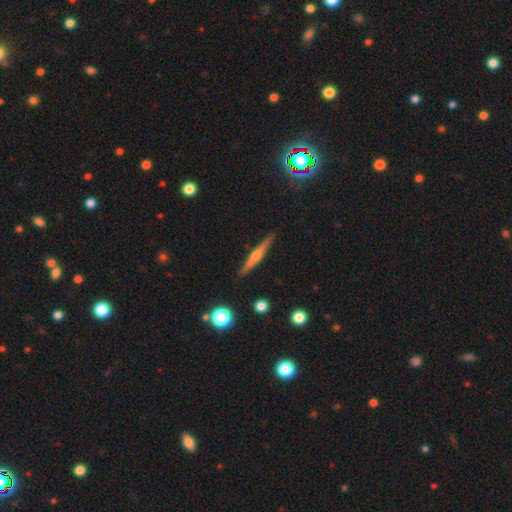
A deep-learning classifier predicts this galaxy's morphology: type=featured or disk (70%); edge-on=yes (98%); edge-on bulge=rounded (84%); merging=none (91%).